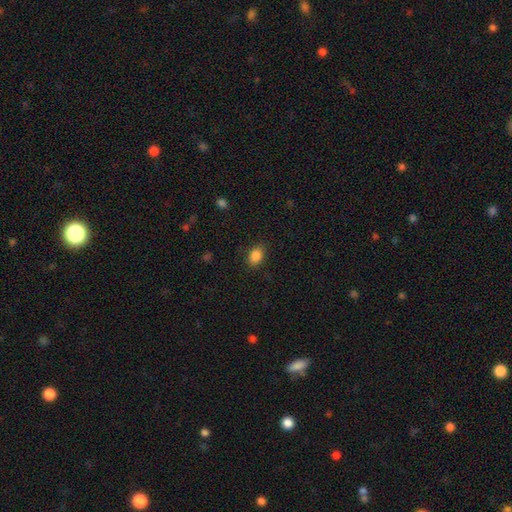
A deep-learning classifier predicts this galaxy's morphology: smooth_or_featured: smooth (p=0.87) [alt: star or artifact p=0.09]
how_rounded: in between (p=0.79) [alt: round p=0.20]
merging: none (p=0.85) [alt: minor disturbance p=0.11]